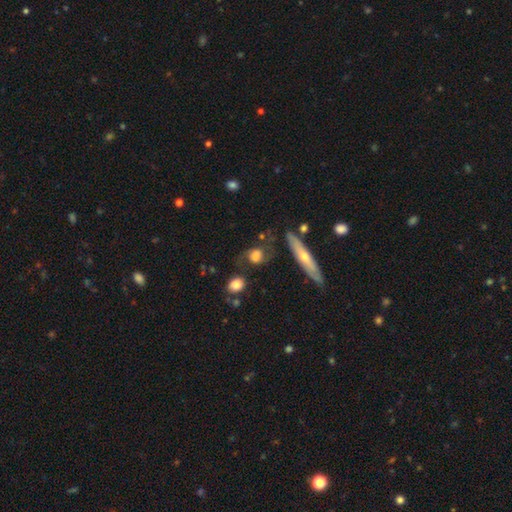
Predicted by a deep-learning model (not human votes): smooth-or-featured: smooth: 55% | featured or disk: 36% | star or artifact: 10%
  how-rounded: round: 51% | in between: 41% | cigar-shaped: 8%
  merging: none: 57% | minor disturbance: 22% | major disturbance: 13% | merger: 8%